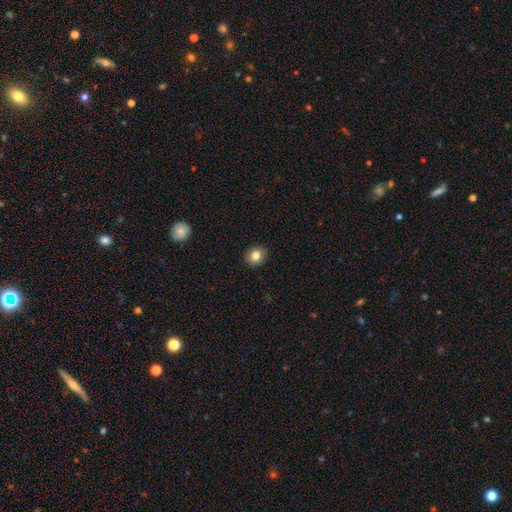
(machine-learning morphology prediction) This appears to be a smooth galaxy with no disk features (82%) that is round (70%). Merging: none (91%).